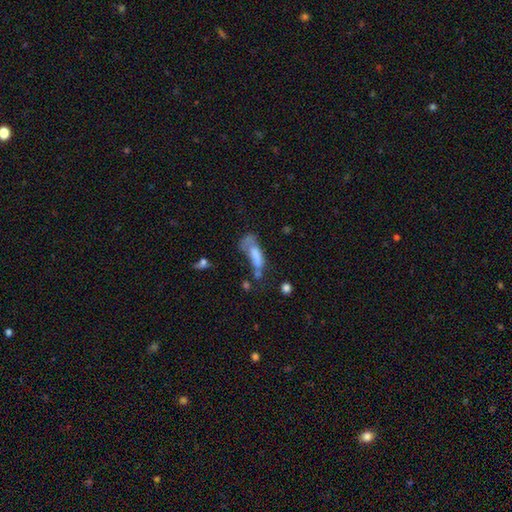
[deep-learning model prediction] Smooth or featured: smooth — 66% (featured or disk — 22%)
How rounded: in between — 59% (cigar-shaped — 38%)
Merging: major disturbance — 37% (merger — 23%)